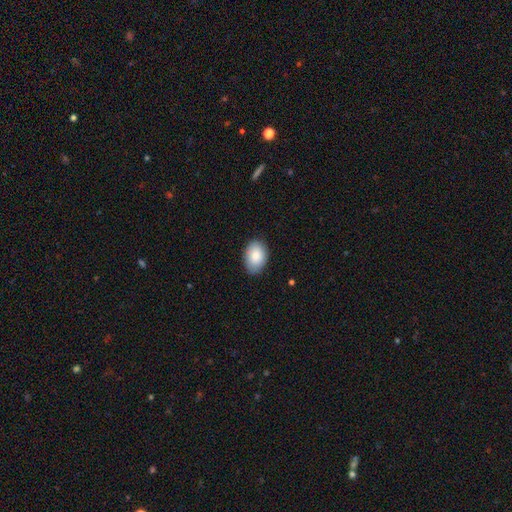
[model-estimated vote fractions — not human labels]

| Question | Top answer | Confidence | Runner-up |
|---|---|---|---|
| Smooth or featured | smooth | 86% | featured or disk (8%) |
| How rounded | in between | 84% | round (15%) |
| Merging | none | 85% | minor disturbance (12%) |